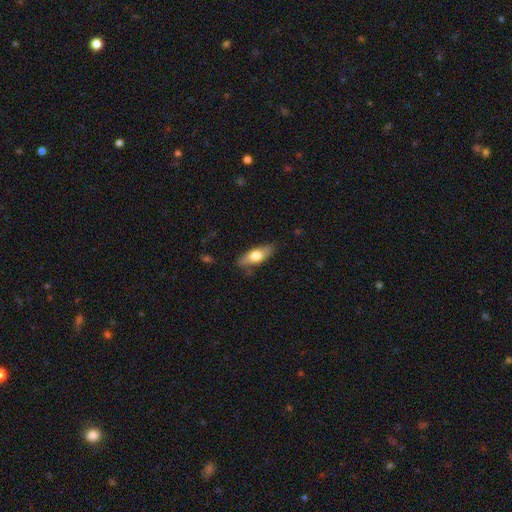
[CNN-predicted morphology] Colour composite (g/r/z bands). It shows a smooth galaxy with no disk features (66%) that is in between round and cigar-shaped (71%). Merging: none (81%).